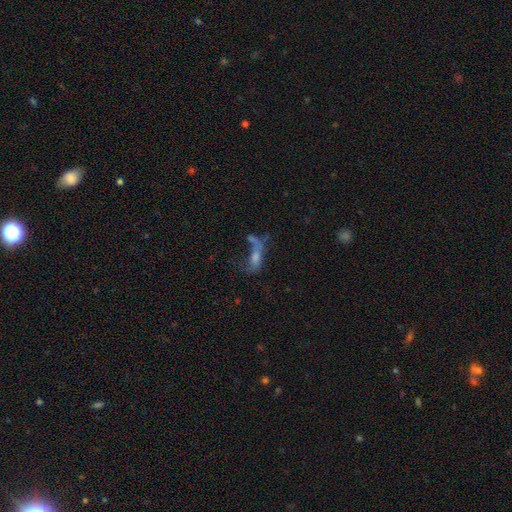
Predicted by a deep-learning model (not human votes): A featured or disk galaxy (43%). Merging: major disturbance (39%).